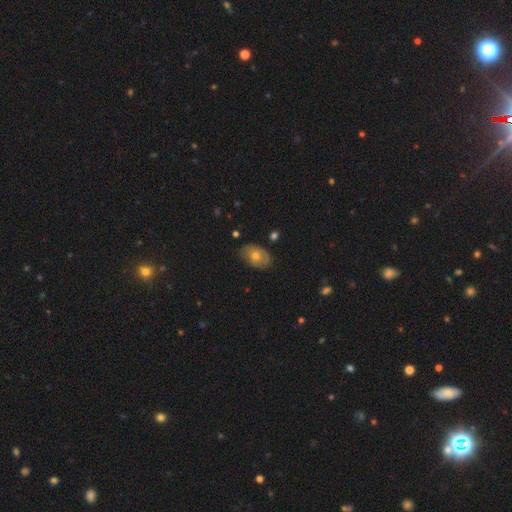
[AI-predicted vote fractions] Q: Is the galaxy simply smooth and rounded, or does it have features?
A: smooth — 58%.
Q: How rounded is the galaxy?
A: in between — 83%.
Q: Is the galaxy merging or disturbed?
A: none — 78%.